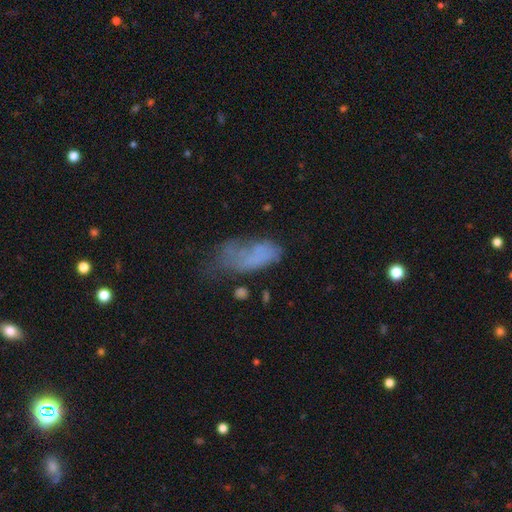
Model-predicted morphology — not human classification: smooth_or_featured: smooth (p=0.56) [alt: featured or disk p=0.30]
how_rounded: in between (p=0.87) [alt: cigar-shaped p=0.10]
merging: major disturbance (p=0.40) [alt: none p=0.27]